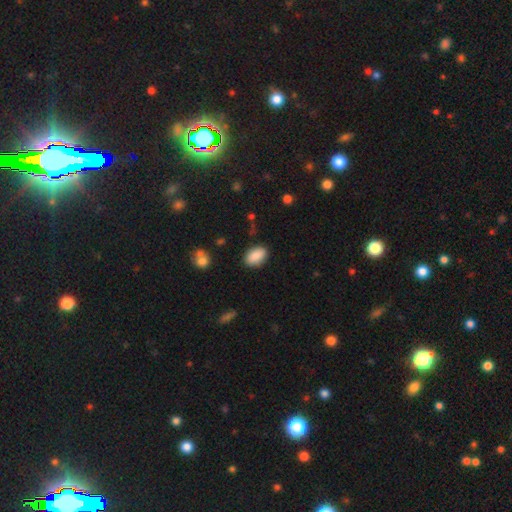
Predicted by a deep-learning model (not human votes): Smooth or featured: smooth — 88% (star or artifact — 7%)
How rounded: in between — 89% (round — 9%)
Merging: none — 86% (minor disturbance — 10%)